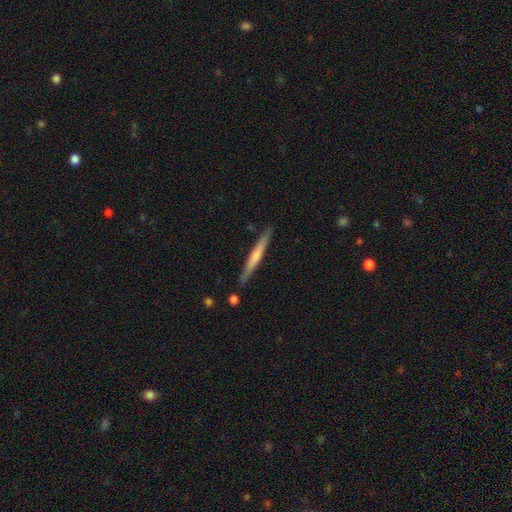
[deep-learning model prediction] Smooth or featured: featured or disk — 67% (smooth — 27%)
Edge-on disk: yes — 97% (no — 3%)
Edge-on bulge: rounded — 62% (none — 30%)
Merging: none — 88% (minor disturbance — 8%)